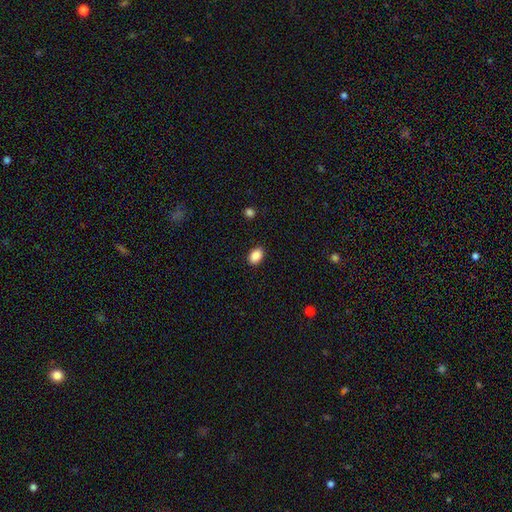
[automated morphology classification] This is clearly a smooth galaxy (89%). How rounded: clearly in between (85%). Merging: clearly none (89%).